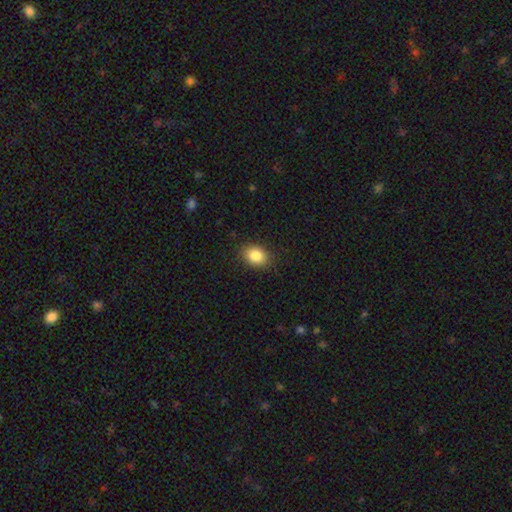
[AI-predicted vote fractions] Overall: smooth (86%). How rounded: in between (62%; round 37%). Merging: none (86%).